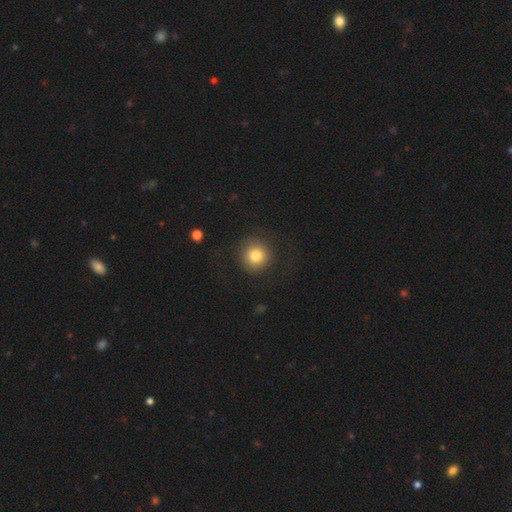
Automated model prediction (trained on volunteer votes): A smooth galaxy with no disk features (81%) that is round (93%).

Vote fractions:
- Smooth or featured? smooth: 81% / star or artifact: 10% / featured or disk: 9%
- How rounded? round: 93% / in between: 6% / cigar-shaped: 1%
- Merging? none: 82% / minor disturbance: 10% / major disturbance: 6% / merger: 1%